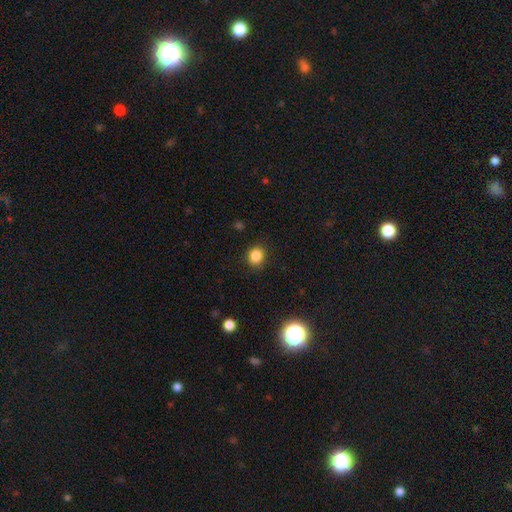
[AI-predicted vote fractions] Morphology: type=smooth (85%); roundness=round (79%); merging=none (88%).